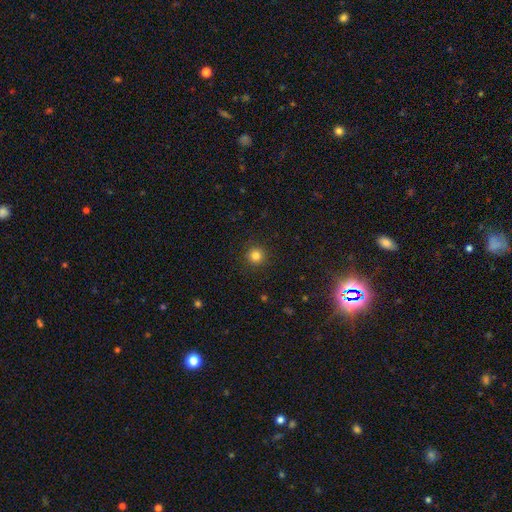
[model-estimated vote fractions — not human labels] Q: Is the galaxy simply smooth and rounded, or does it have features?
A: smooth — 83%.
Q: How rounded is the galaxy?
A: round — 95%.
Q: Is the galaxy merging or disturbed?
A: none — 92%.